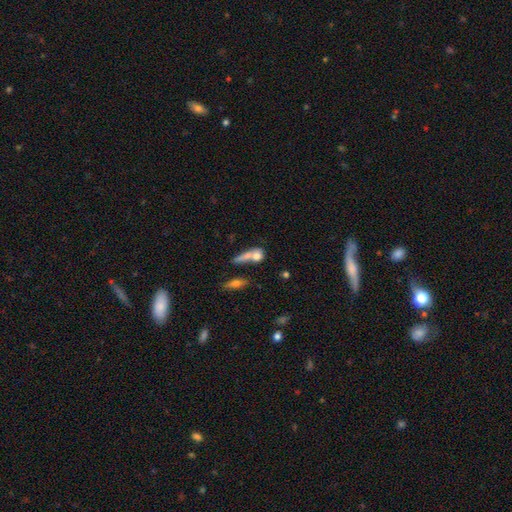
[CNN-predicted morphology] smooth-or-featured: smooth: 65% | featured or disk: 22% | star or artifact: 13%
  how-rounded: round: 43% | in between: 33% | cigar-shaped: 24%
  merging: none: 41% | merger: 40% | minor disturbance: 11% | major disturbance: 8%